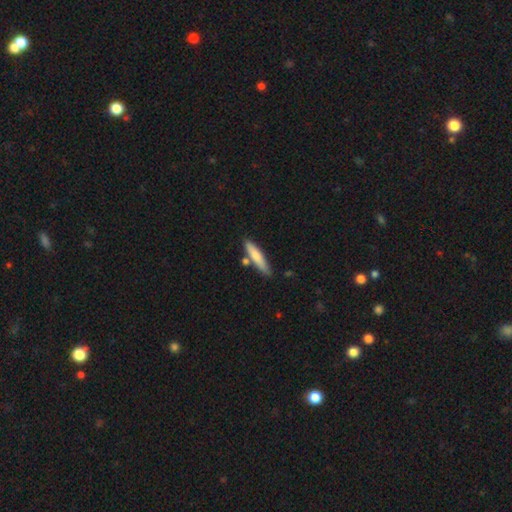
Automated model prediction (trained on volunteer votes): This is likely a smooth galaxy (72%). How rounded: clearly cigar-shaped (85%). Merging: likely none (75%).